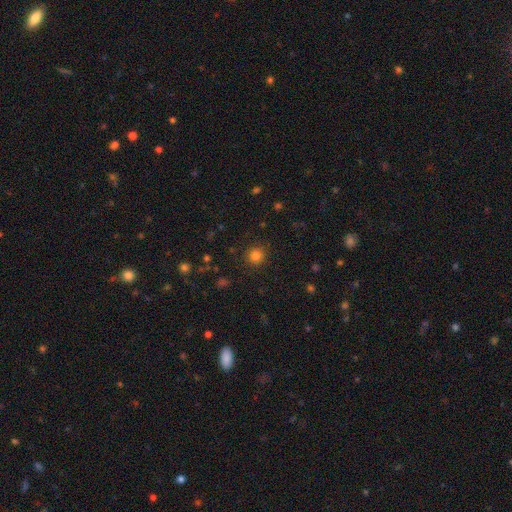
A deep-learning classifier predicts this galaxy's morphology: type=smooth (82%); roundness=round (93%); merging=none (90%).